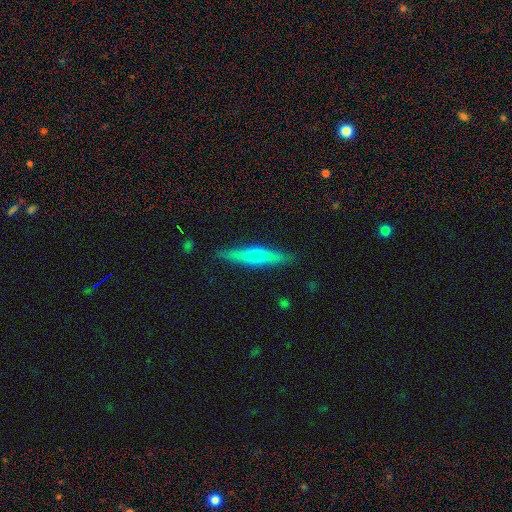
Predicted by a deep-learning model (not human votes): Smooth or featured? Predicted: smooth (p=0.49). Merging? Predicted: none (p=0.88).